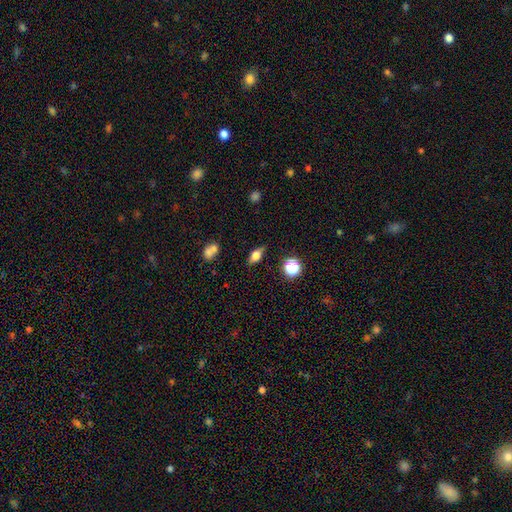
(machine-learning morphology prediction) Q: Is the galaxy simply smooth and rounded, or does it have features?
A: smooth — 51%.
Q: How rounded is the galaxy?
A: in between — 66%.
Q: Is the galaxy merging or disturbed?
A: none — 80%.